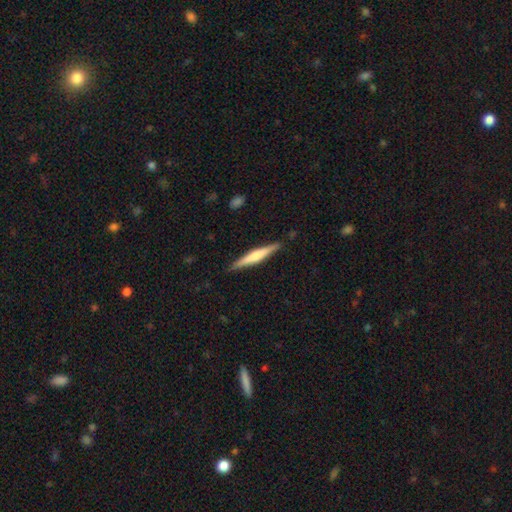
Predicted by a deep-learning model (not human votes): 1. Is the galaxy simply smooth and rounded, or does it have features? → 52% featured or disk, 42% smooth, 5% star or artifact.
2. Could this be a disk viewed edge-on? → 97% yes, 3% no.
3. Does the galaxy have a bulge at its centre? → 57% rounded, 24% none, 19% boxy.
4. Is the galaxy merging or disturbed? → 89% none, 9% minor disturbance, 2% major disturbance, 1% merger.